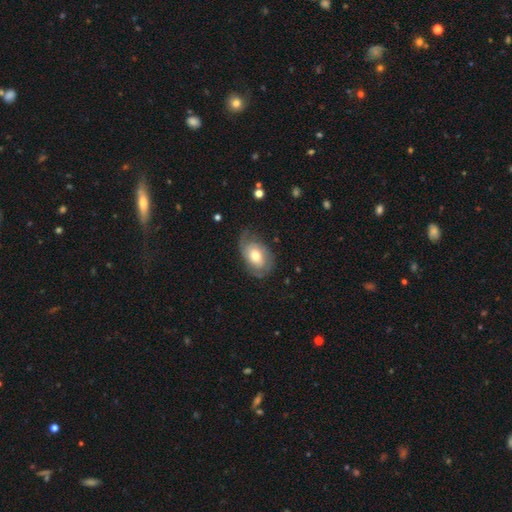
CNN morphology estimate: Overall: featured or disk (67%; smooth 27%). Edge-on disk: no (95%). Bar: no (70%). Spiral arms: yes (88%). Spiral arm count: 2 (67%). Spiral winding: tight (46%; medium 36%). Bulge size: moderate (69%). Merging: none (65%).